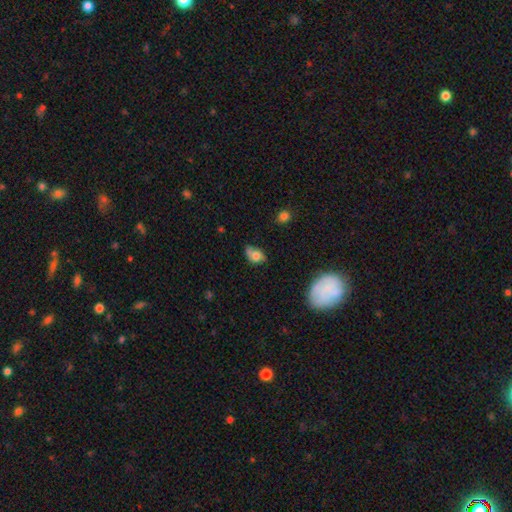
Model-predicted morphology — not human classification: Q: Smooth or featured?
A: smooth (62%); runner-up: featured or disk (28%)
Q: How rounded?
A: in between (78%); runner-up: round (19%)
Q: Merging?
A: none (48%); runner-up: minor disturbance (36%)